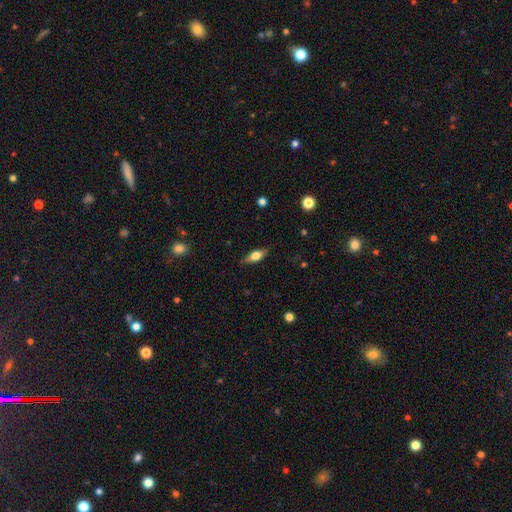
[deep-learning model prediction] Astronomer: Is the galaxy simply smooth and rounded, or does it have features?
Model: smooth — 64%.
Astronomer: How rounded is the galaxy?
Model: in between — 75%.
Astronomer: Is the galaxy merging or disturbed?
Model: none — 81%.